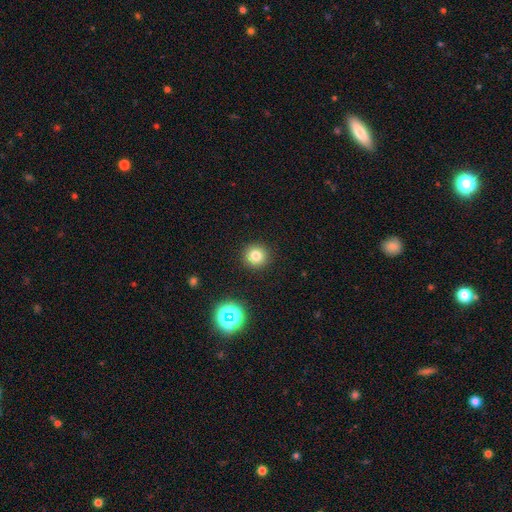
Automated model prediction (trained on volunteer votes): Smooth or featured?
  - smooth: 77% *
  - star or artifact: 16%
  - featured or disk: 7%
How rounded?
  - round: 94% *
  - in between: 5%
  - cigar-shaped: 1%
Merging?
  - none: 91% *
  - minor disturbance: 5%
  - major disturbance: 2%
  - merger: 1%